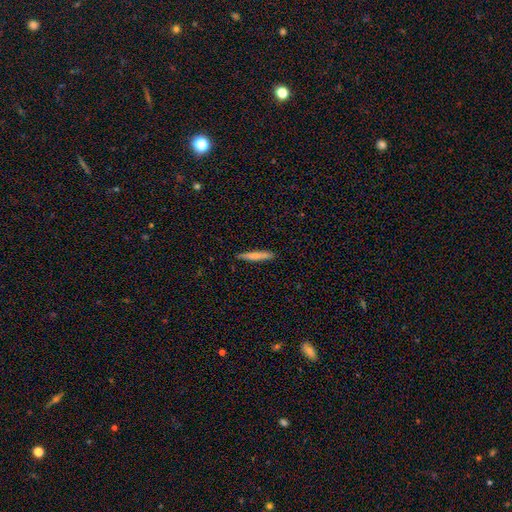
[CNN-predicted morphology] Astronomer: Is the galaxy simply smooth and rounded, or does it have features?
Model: smooth — 72%.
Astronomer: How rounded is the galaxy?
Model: cigar-shaped — 94%.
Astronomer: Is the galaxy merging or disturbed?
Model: none — 89%.